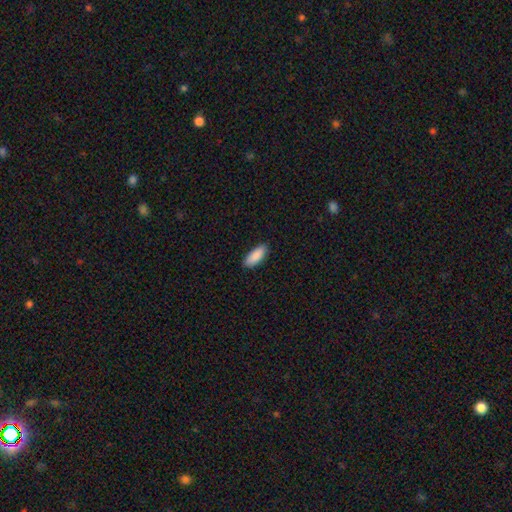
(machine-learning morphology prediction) Q: Smooth or featured?
A: smooth (89%); runner-up: star or artifact (6%)
Q: How rounded?
A: in between (79%); runner-up: cigar-shaped (19%)
Q: Merging?
A: none (88%); runner-up: minor disturbance (9%)